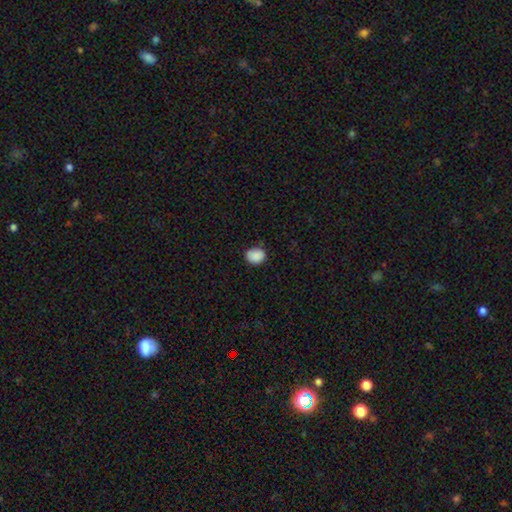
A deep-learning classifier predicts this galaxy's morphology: smooth_or_featured: smooth (p=0.88) [alt: star or artifact p=0.08]
how_rounded: round (p=0.52) [alt: in between p=0.47]
merging: none (p=0.75) [alt: minor disturbance p=0.19]